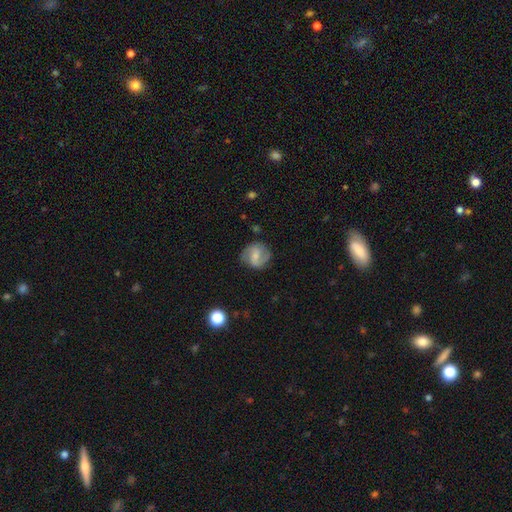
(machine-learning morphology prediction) Smooth or featured: featured or disk — 70% (smooth — 24%)
Edge-on disk: no — 98% (yes — 2%)
Bar: weak — 52% (no — 28%)
Spiral arms: yes — 92% (no — 8%)
Spiral winding: medium — 49% (loose — 27%)
Spiral arm count: 2 — 84% (can't tell — 7%)
Bulge size: small — 50% (moderate — 33%)
Merging: none — 75% (minor disturbance — 17%)